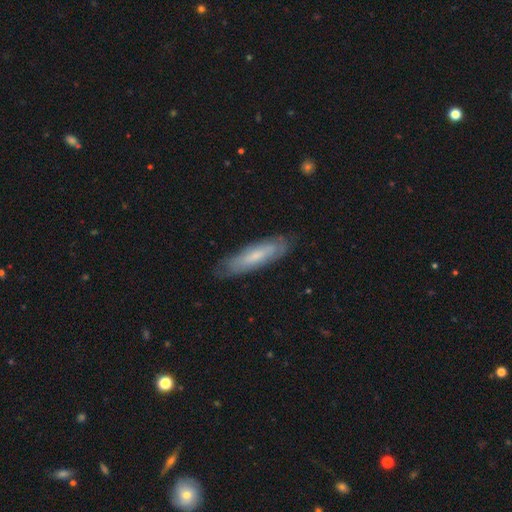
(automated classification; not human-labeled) smooth 52%, featured or disk 41%, star or artifact 6%. Down the decision tree: how rounded — cigar-shaped (67%); merging — none (80%).